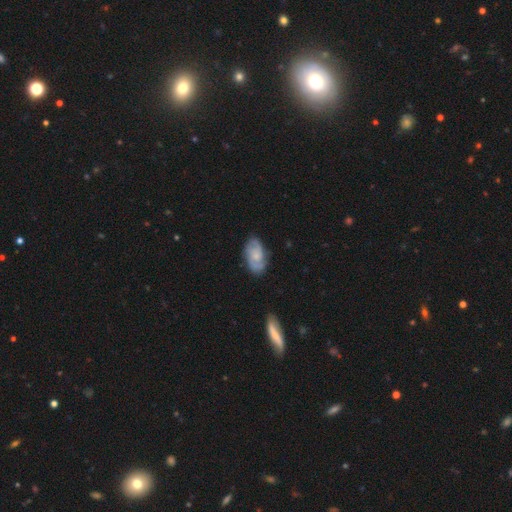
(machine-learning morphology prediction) Q: Smooth or featured?
A: featured or disk (66%); runner-up: smooth (28%)
Q: Edge-on disk?
A: no (96%); runner-up: yes (4%)
Q: Bar?
A: no (68%); runner-up: weak (29%)
Q: Spiral arms?
A: yes (92%); runner-up: no (8%)
Q: Spiral winding?
A: medium (44%); runner-up: tight (40%)
Q: Spiral arm count?
A: 2 (61%); runner-up: can't tell (19%)
Q: Bulge size?
A: small (48%); runner-up: moderate (29%)
Q: Merging?
A: none (75%); runner-up: minor disturbance (18%)